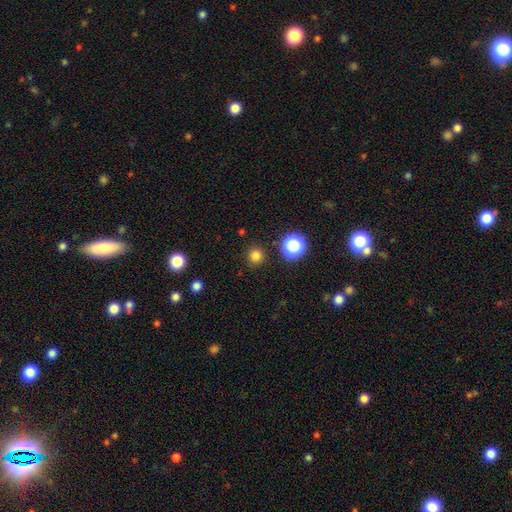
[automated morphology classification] This is likely a smooth galaxy (80%). How rounded: clearly round (94%). Merging: clearly none (90%).